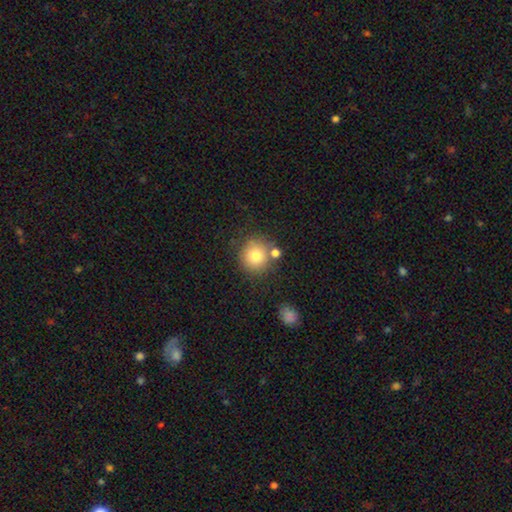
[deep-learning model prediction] A smooth galaxy with no disk features (77%) that is round (92%).

Vote fractions:
- Smooth or featured? smooth: 77% / star or artifact: 11% / featured or disk: 11%
- How rounded? round: 92% / in between: 7% / cigar-shaped: 1%
- Merging? none: 72% / merger: 13% / minor disturbance: 11% / major disturbance: 4%